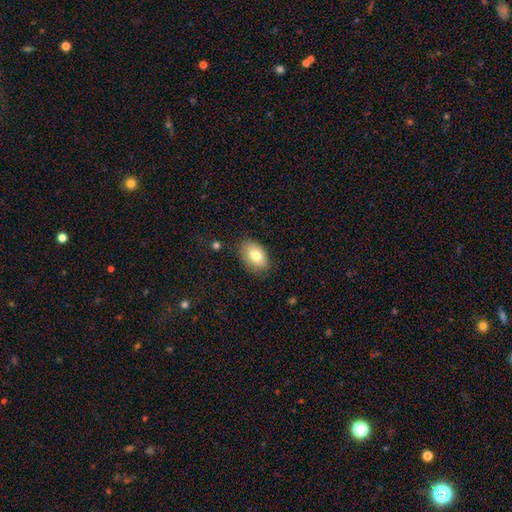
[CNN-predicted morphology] smooth_or_featured: smooth (p=0.79) [alt: featured or disk p=0.14]
how_rounded: in between (p=0.91) [alt: round p=0.08]
merging: none (p=0.83) [alt: minor disturbance p=0.13]